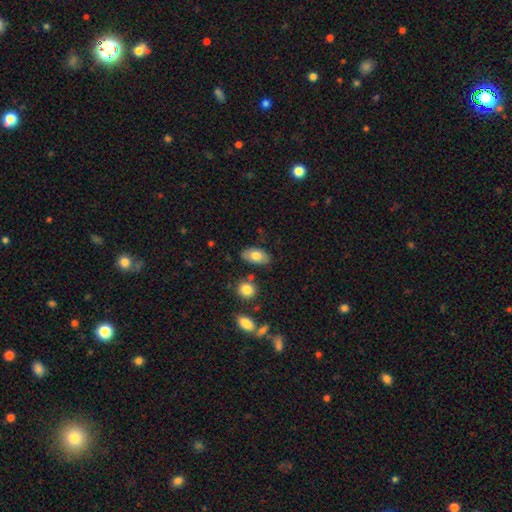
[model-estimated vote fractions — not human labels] The model was most divided on "smooth or featured": smooth: 77%, featured or disk: 17%, star or artifact: 7%. More confident: how rounded — in between (92%); merging — none (80%).